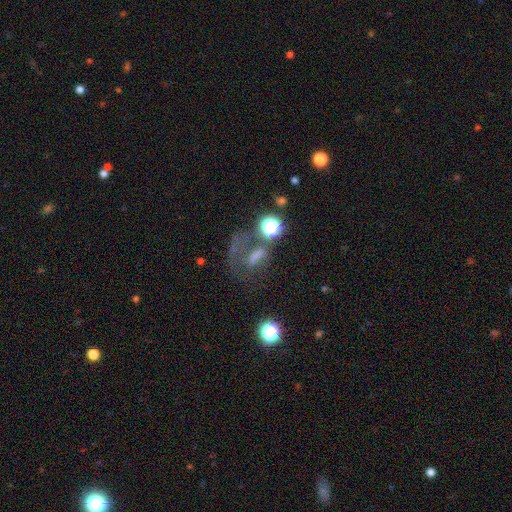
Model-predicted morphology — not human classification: smooth_or_featured: smooth (p=0.51) [alt: star or artifact p=0.29]
how_rounded: in between (p=0.54) [alt: round p=0.33]
merging: major disturbance (p=0.35) [tied with: none p=0.35]